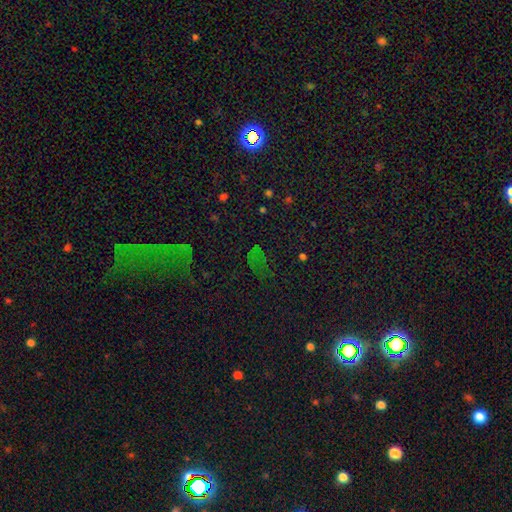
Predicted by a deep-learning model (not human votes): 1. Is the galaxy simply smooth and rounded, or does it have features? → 64% star or artifact, 25% smooth, 11% featured or disk.